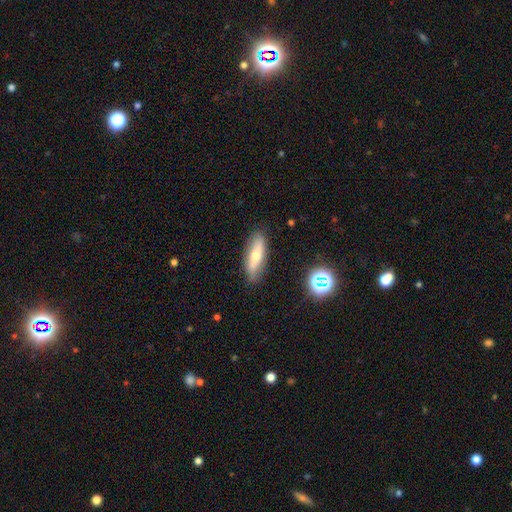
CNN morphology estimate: This is possibly a smooth galaxy (59%). How rounded: possibly in between (53%). Merging: clearly none (83%).